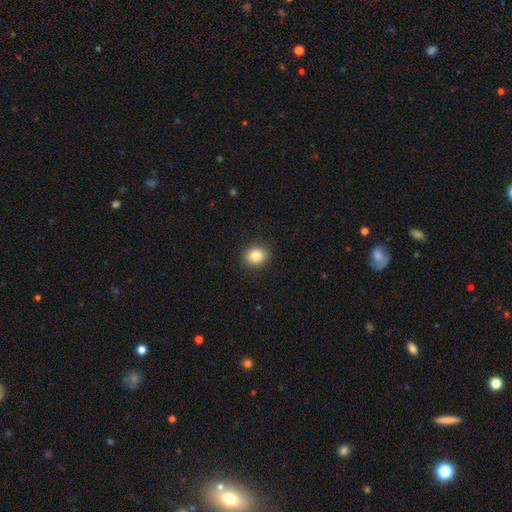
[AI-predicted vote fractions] Smooth or featured? Predicted: smooth (p=0.83). How rounded? Predicted: round (p=0.77). Merging? Predicted: none (p=0.91).